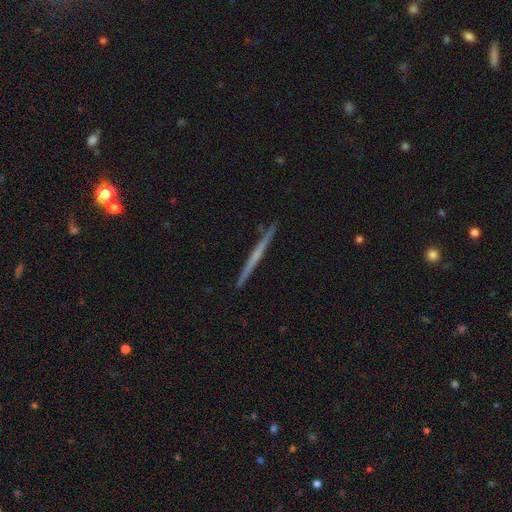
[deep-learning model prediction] The model was most divided on "smooth or featured": featured or disk: 64%, smooth: 30%, star or artifact: 6%. More confident: edge-on disk — yes (98%); merging — none (92%); edge-on bulge — none (79%).